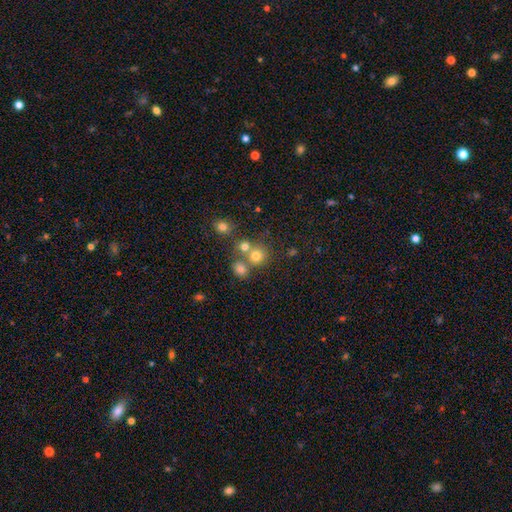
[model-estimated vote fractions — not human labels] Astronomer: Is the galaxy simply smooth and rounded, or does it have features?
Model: smooth — 73%.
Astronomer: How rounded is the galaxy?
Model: round — 86%.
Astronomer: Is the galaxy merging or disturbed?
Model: none — 58%.